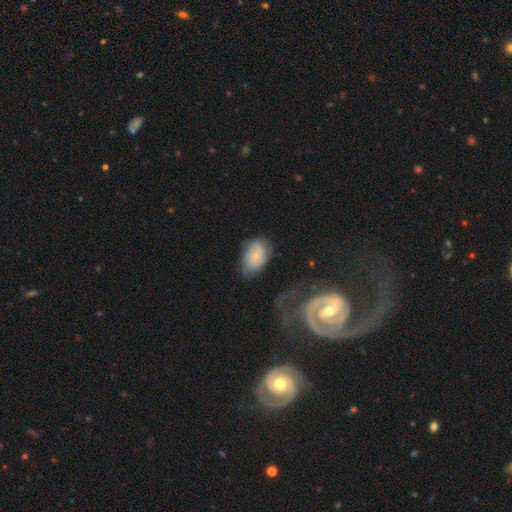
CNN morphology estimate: A smooth galaxy with no disk features (54%) that is in between round and cigar-shaped (82%).

Vote fractions:
- Smooth or featured? smooth: 54% / featured or disk: 38% / star or artifact: 8%
- How rounded? in between: 82% / round: 16% / cigar-shaped: 1%
- Merging? none: 54% / minor disturbance: 29% / major disturbance: 12% / merger: 5%